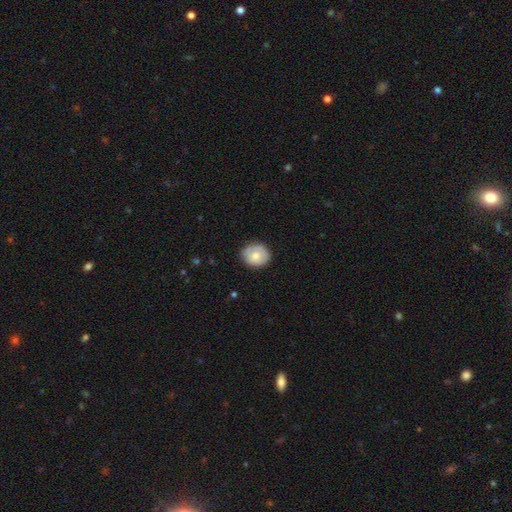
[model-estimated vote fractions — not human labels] This is likely a smooth galaxy (75%). How rounded: likely round (69%). Merging: clearly none (83%).